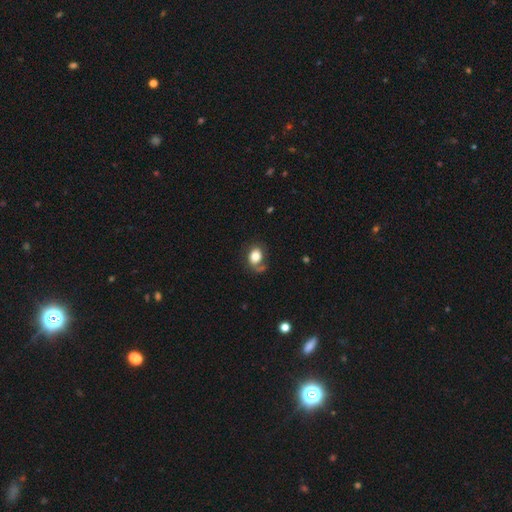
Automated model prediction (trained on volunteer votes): This appears to be a smooth galaxy with no disk features (75%) that is in between round and cigar-shaped (60%). Merging: none (56%).